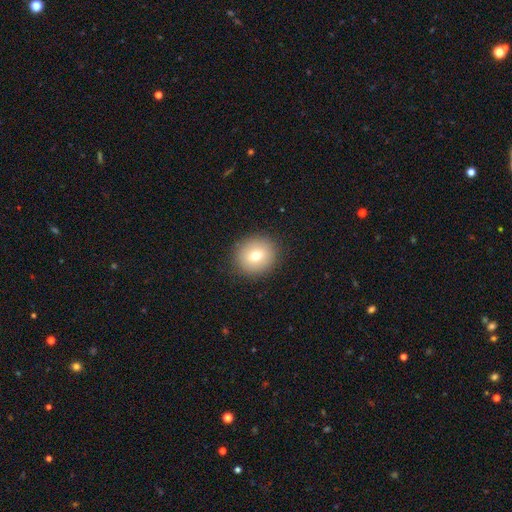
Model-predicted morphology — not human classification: smooth_or_featured: smooth (p=0.73) [alt: featured or disk p=0.16]
how_rounded: round (p=0.84) [alt: in between p=0.15]
merging: none (p=0.89) [alt: minor disturbance p=0.07]